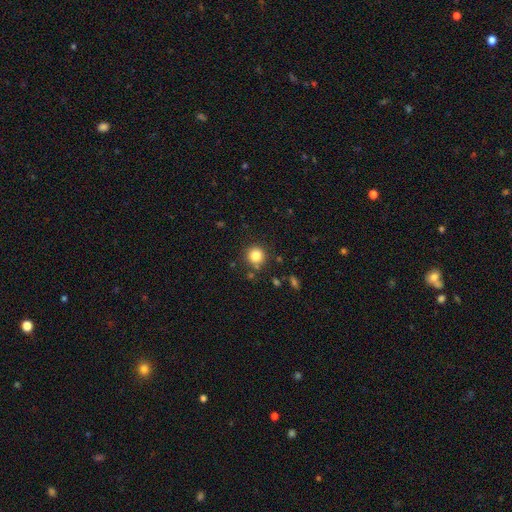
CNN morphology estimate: Smooth or featured? smooth (84%)
How rounded? round (93%)
Merging? none (83%)